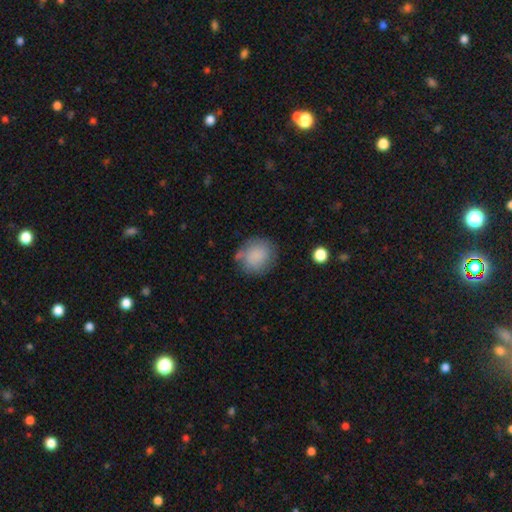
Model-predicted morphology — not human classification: Q: Smooth or featured?
A: smooth (84%); runner-up: featured or disk (8%)
Q: How rounded?
A: round (80%); runner-up: in between (19%)
Q: Merging?
A: none (69%); runner-up: minor disturbance (19%)